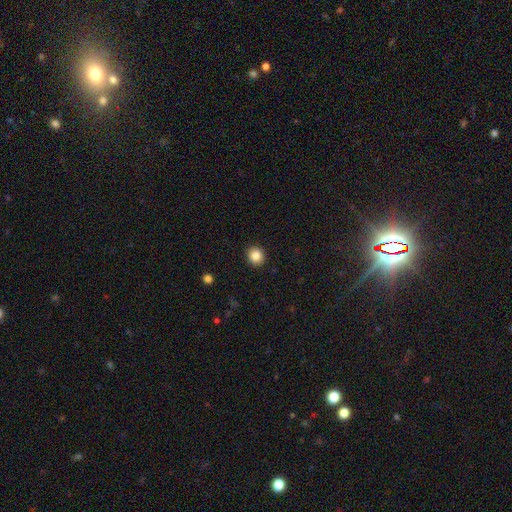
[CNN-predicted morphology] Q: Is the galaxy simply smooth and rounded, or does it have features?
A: smooth — 85%.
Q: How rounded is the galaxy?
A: round — 90%.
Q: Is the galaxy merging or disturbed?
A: none — 93%.